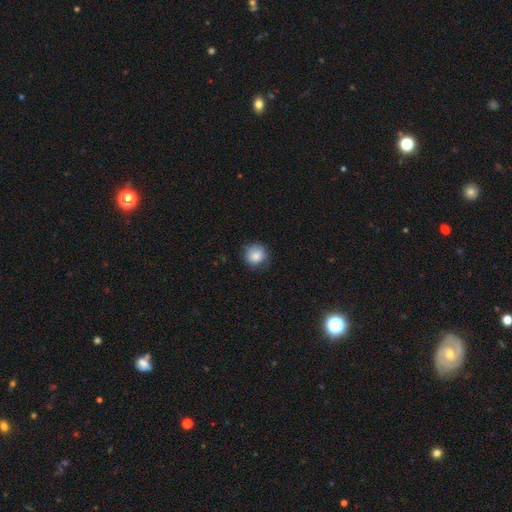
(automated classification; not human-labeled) Smooth or featured? Predicted: smooth (p=0.84). How rounded? Predicted: round (p=0.90). Merging? Predicted: none (p=0.75).